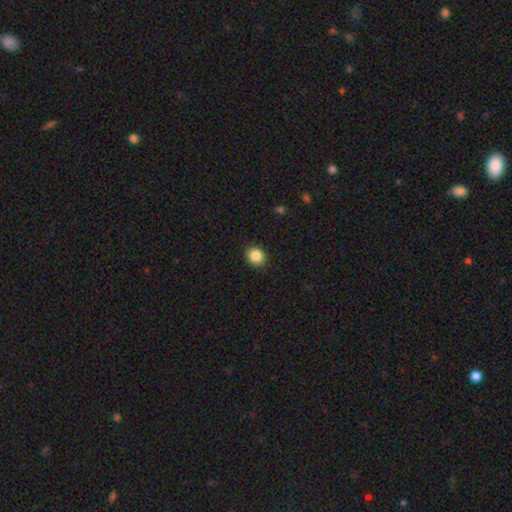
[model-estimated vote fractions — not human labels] Smooth or featured? smooth (86%)
How rounded? round (65%)
Merging? none (90%)